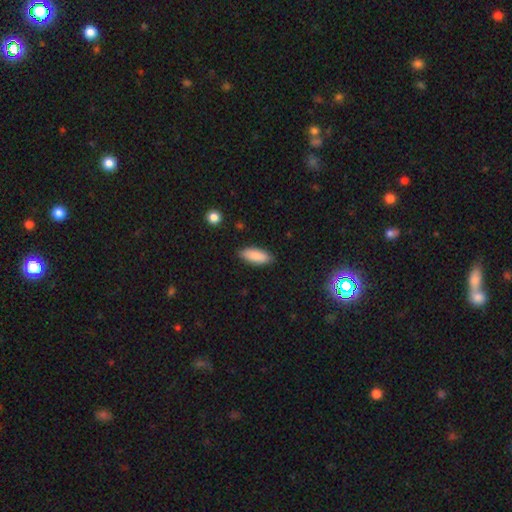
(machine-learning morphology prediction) Smooth or featured: smooth — 86% (featured or disk — 7%)
How rounded: in between — 77% (cigar-shaped — 21%)
Merging: none — 86% (minor disturbance — 10%)